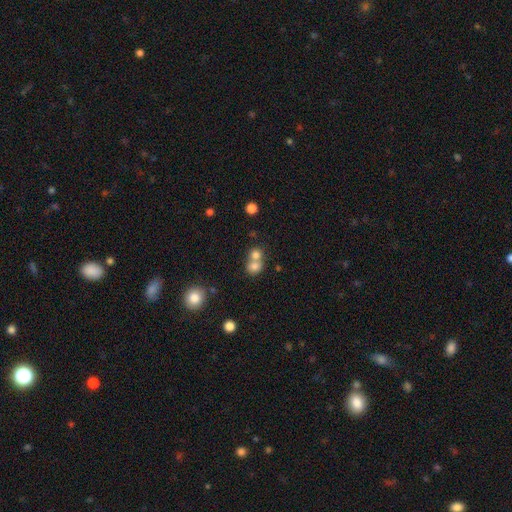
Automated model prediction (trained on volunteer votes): Smooth or featured? smooth (76%)
How rounded? round (75%)
Merging? merger (59%)